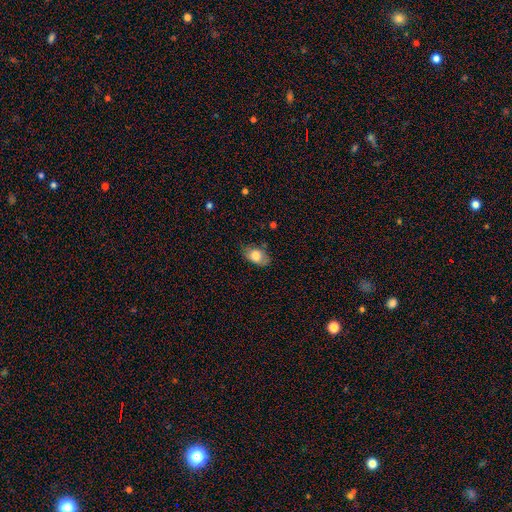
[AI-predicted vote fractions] Smooth or featured: smooth — 79% (featured or disk — 13%)
How rounded: in between — 89% (round — 9%)
Merging: none — 70% (minor disturbance — 24%)